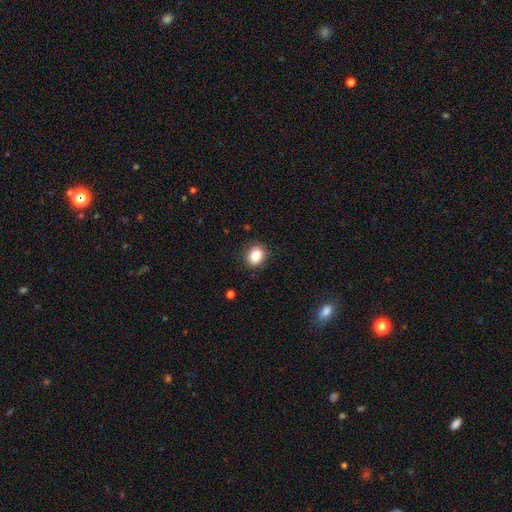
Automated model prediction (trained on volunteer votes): This is clearly a smooth galaxy (87%). How rounded: possibly round (50%). Merging: clearly none (87%).